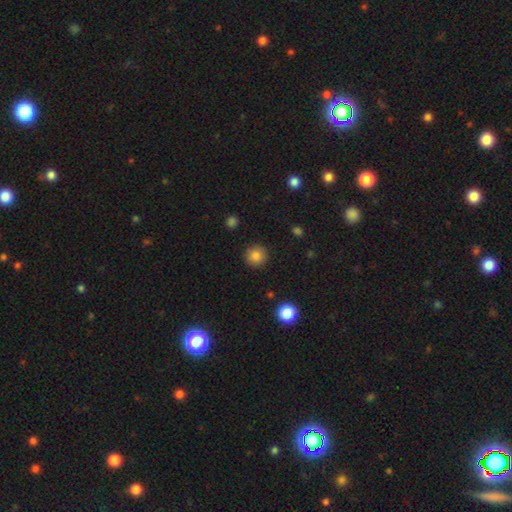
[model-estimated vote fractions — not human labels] Smooth or featured? Predicted: smooth (p=0.84). How rounded? Predicted: round (p=0.95). Merging? Predicted: none (p=0.91).